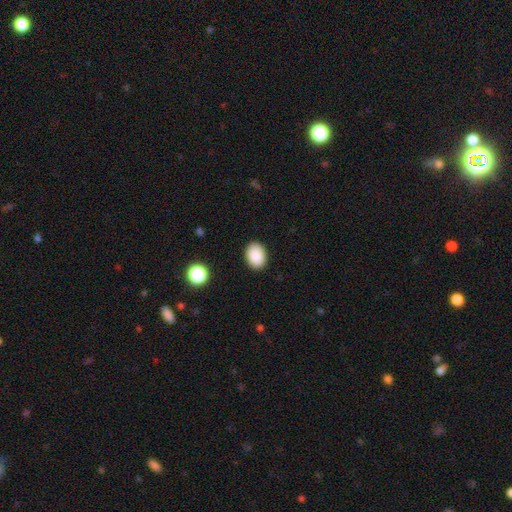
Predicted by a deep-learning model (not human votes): Smooth or featured? Predicted: smooth (p=0.89). How rounded? Predicted: in between (p=0.75). Merging? Predicted: none (p=0.89).